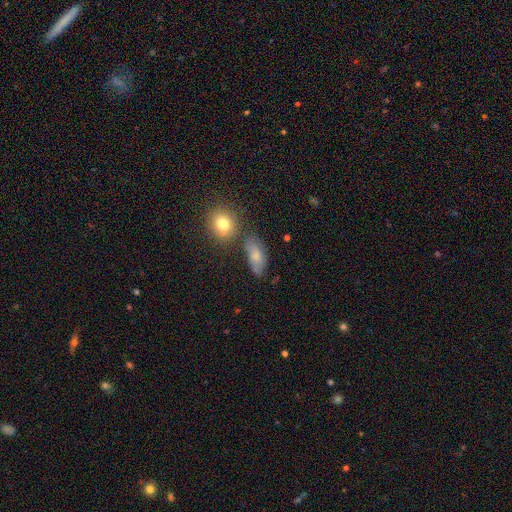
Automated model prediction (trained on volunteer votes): The model was most divided on "merging": none: 60%, minor disturbance: 22%, merger: 10%, major disturbance: 8%. More confident: how rounded — in between (84%); smooth or featured — smooth (73%).